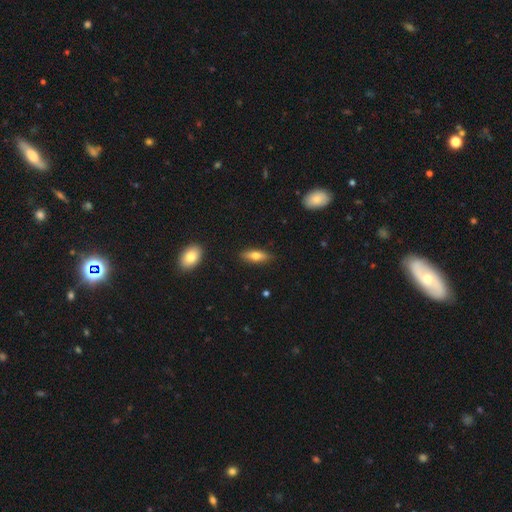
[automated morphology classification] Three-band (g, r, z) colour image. It shows a smooth galaxy with no disk features (64%) that is in between round and cigar-shaped (58%). Merging: none (86%).